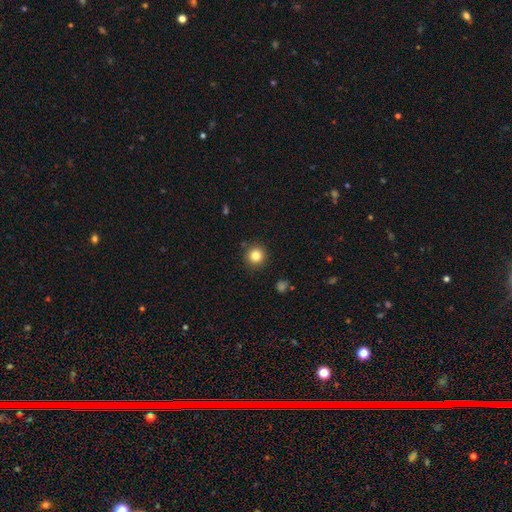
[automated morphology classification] Smooth or featured? smooth (83%)
How rounded? round (94%)
Merging? none (89%)